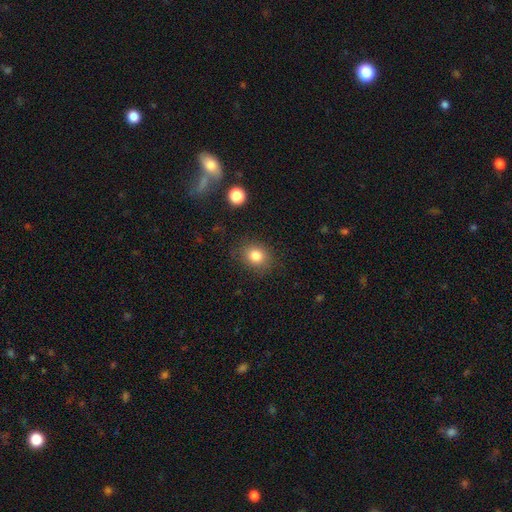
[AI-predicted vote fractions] Q: Smooth or featured?
A: smooth (82%); runner-up: star or artifact (11%)
Q: How rounded?
A: round (67%); runner-up: in between (32%)
Q: Merging?
A: none (83%); runner-up: minor disturbance (12%)